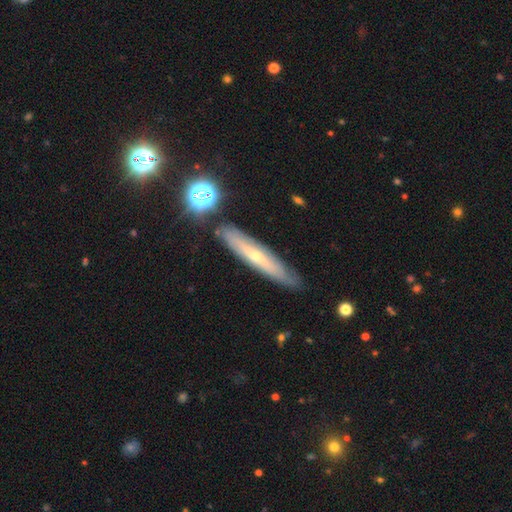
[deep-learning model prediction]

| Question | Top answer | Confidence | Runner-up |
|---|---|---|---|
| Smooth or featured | featured or disk | 57% | smooth (35%) |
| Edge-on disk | yes | 74% | no (26%) |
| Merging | none | 83% | minor disturbance (12%) |